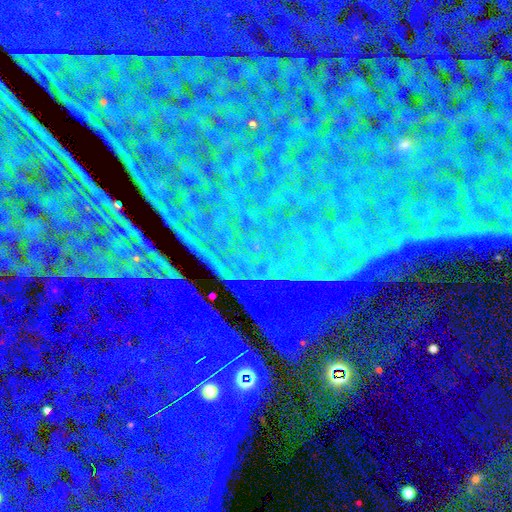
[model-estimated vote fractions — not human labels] A star or artifact, not a galaxy (87%).